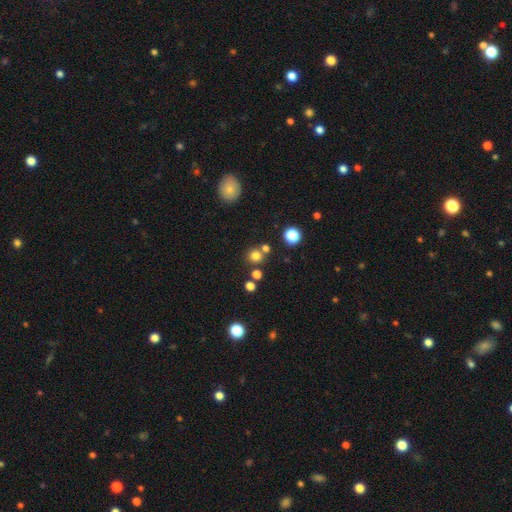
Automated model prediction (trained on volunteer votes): Smooth or featured? Predicted: smooth (p=0.74). How rounded? Predicted: round (p=0.88). Merging? Predicted: none (p=0.70).